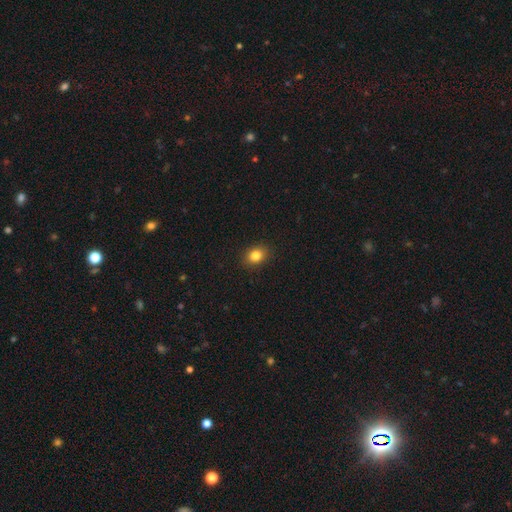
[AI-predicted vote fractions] smooth 83%, star or artifact 11%, featured or disk 6%. Down the decision tree: how rounded — in between (52%); merging — none (90%).